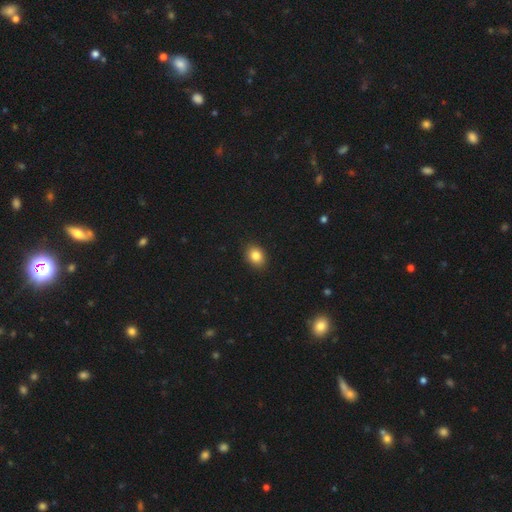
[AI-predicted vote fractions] A smooth galaxy with no disk features (84%) that is in between round and cigar-shaped (53%).

Vote fractions:
- Smooth or featured? smooth: 84% / star or artifact: 10% / featured or disk: 6%
- How rounded? in between: 53% / round: 46% / cigar-shaped: 1%
- Merging? none: 90% / minor disturbance: 7% / major disturbance: 2% / merger: 1%